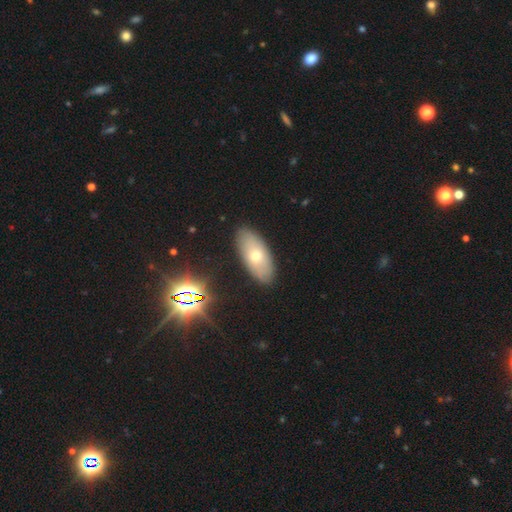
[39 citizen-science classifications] A smooth galaxy with no disk features (59%) that is in between round and cigar-shaped (100%). Merging: none (89%).